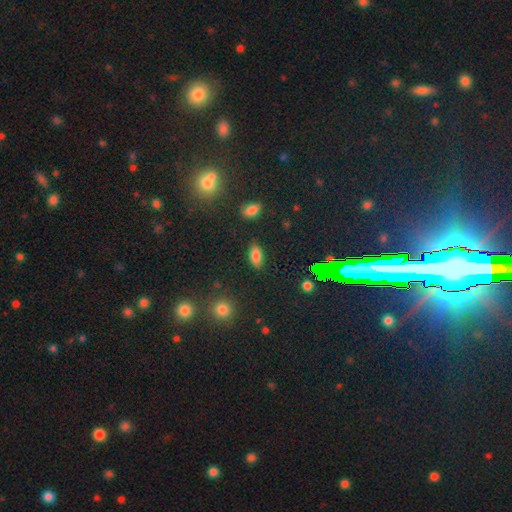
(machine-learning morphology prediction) smooth-or-featured: smooth: 79% | star or artifact: 13% | featured or disk: 8%
  how-rounded: in between: 88% | cigar-shaped: 8% | round: 4%
  merging: none: 86% | minor disturbance: 9% | major disturbance: 3% | merger: 2%